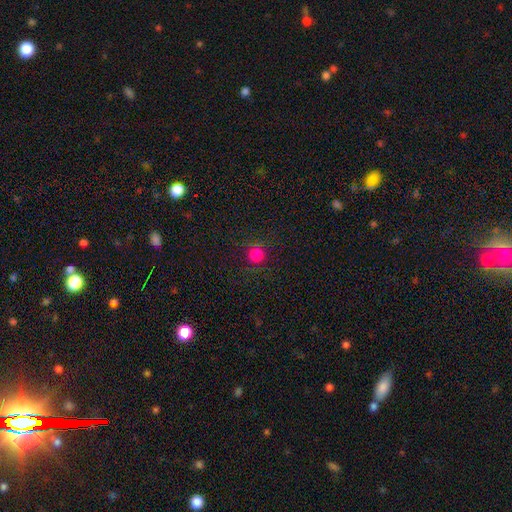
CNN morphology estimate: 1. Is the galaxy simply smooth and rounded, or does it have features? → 80% smooth, 15% star or artifact, 5% featured or disk.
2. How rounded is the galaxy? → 95% round, 4% in between, 1% cigar-shaped.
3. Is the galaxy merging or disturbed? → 87% none, 8% minor disturbance, 4% major disturbance, 1% merger.